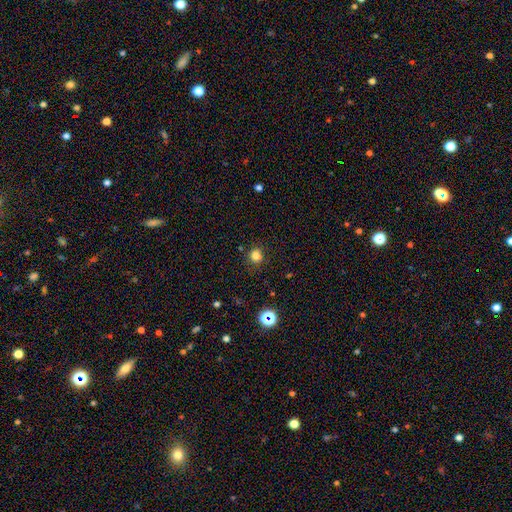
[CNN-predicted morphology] Smooth or featured?
  - smooth: 80% *
  - star or artifact: 15%
  - featured or disk: 5%
How rounded?
  - round: 86% *
  - in between: 13%
  - cigar-shaped: 1%
Merging?
  - none: 85% *
  - minor disturbance: 10%
  - major disturbance: 3%
  - merger: 2%